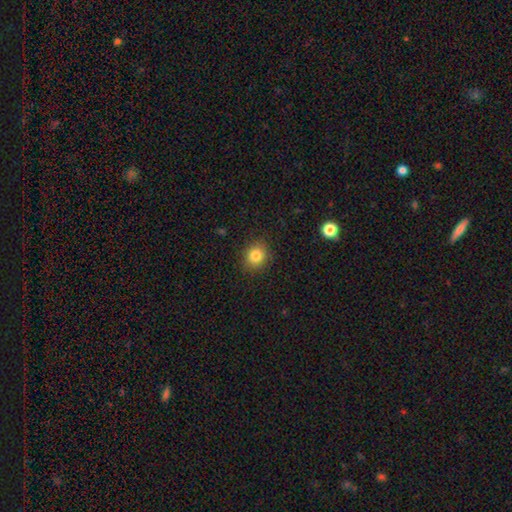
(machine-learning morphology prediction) smooth 83%, star or artifact 11%, featured or disk 6%. Down the decision tree: how rounded — round (78%); merging — none (89%).